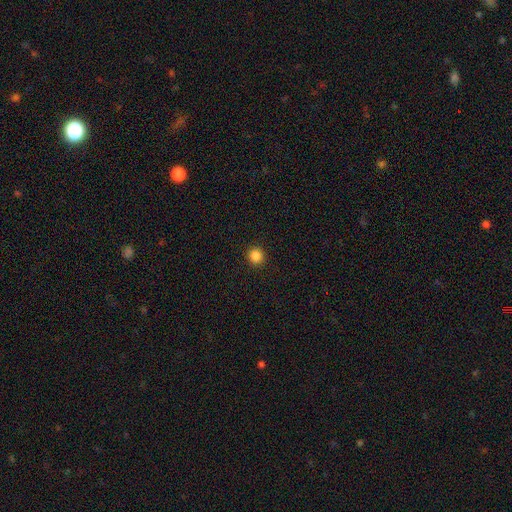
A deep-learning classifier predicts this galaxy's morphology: Smooth or featured? smooth (86%)
How rounded? round (93%)
Merging? none (93%)